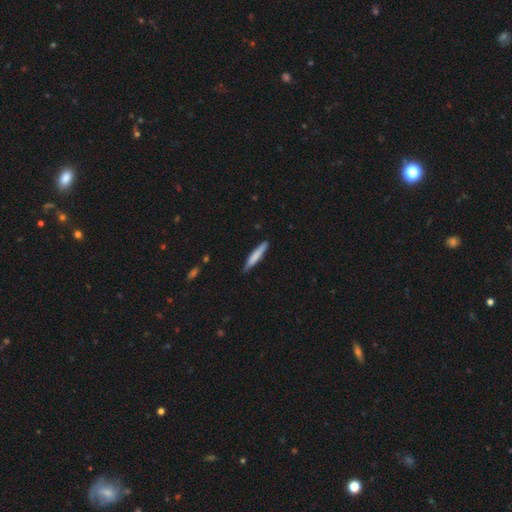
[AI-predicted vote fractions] smooth_or_featured: smooth (p=0.74) [alt: featured or disk p=0.21]
how_rounded: cigar-shaped (p=0.93) [alt: in between p=0.06]
merging: none (p=0.84) [alt: minor disturbance p=0.13]